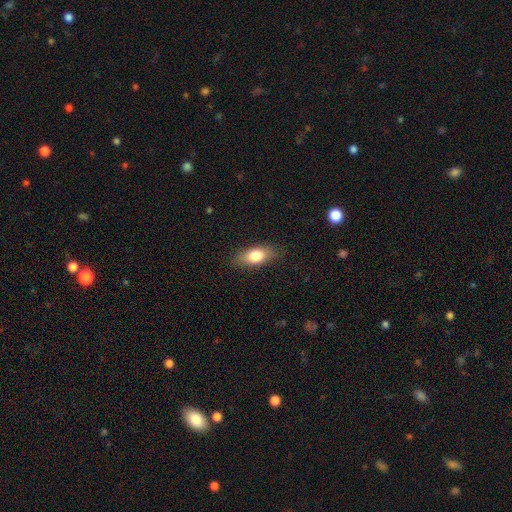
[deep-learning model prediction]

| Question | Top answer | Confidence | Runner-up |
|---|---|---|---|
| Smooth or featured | smooth | 78% | featured or disk (16%) |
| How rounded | in between | 80% | cigar-shaped (15%) |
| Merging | none | 85% | minor disturbance (11%) |